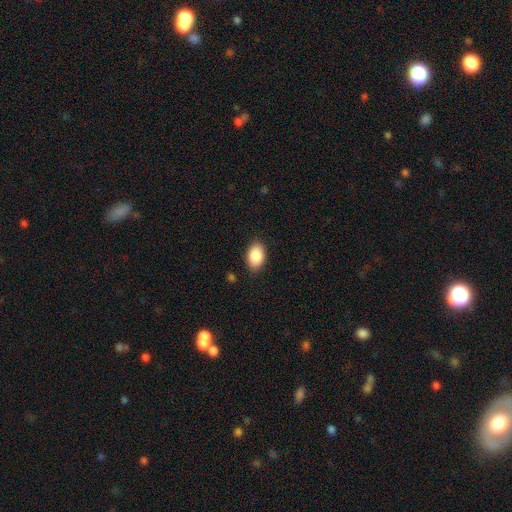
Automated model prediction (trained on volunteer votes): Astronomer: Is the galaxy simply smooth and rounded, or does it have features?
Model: smooth — 88%.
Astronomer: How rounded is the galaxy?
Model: in between — 90%.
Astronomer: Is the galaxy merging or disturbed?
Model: none — 86%.